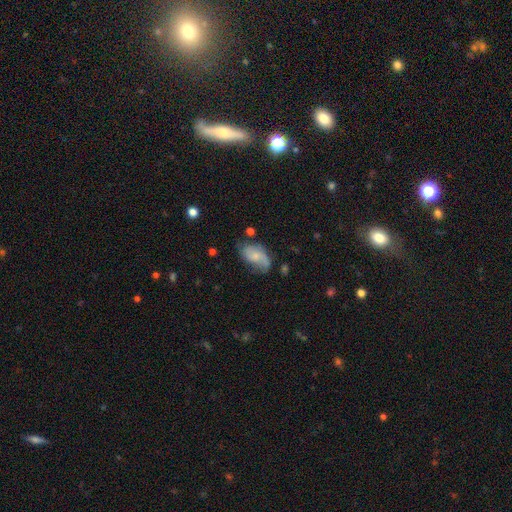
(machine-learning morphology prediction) Smooth or featured?
  - featured or disk: 48% *
  - smooth: 44%
  - star or artifact: 8%
Merging?
  - none: 45% *
  - minor disturbance: 32%
  - major disturbance: 19%
  - merger: 4%